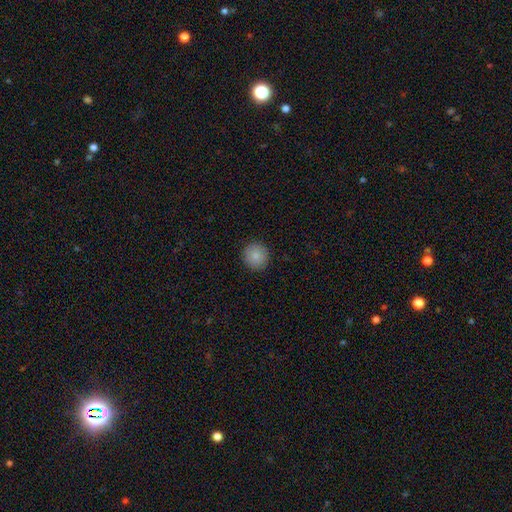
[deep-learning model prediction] Overall: smooth (86%). How rounded: round (93%). Merging: none (92%).